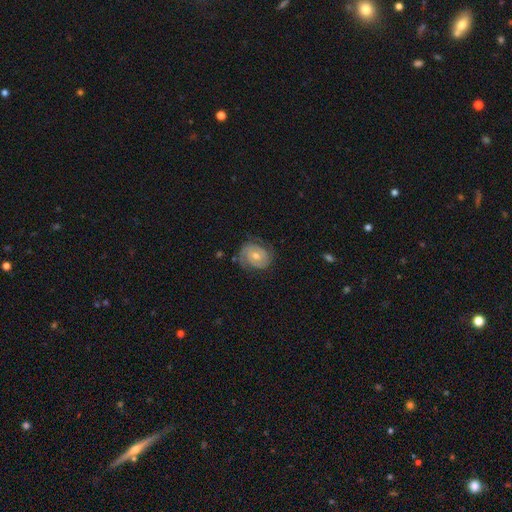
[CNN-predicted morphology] Overall: featured or disk (78%). Edge-on disk: no (97%). Bar: no (64%; weak 29%). Spiral arms: yes (93%). Spiral arm count: 2 (64%). Spiral winding: tight (68%). Bulge size: moderate (55%; small 40%). Merging: none (76%).